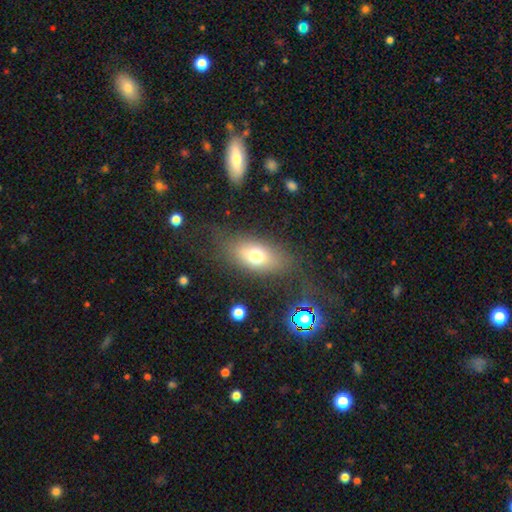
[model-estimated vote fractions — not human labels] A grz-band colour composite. It shows a smooth galaxy with no disk features (70%) that is in between round and cigar-shaped (82%). Merging: none (69%).